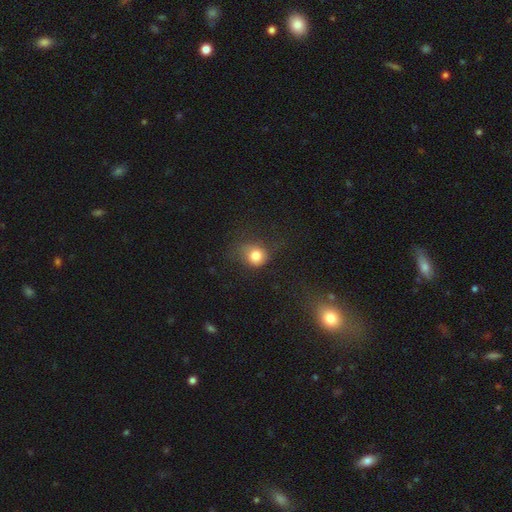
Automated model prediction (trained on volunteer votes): This is likely a smooth galaxy (78%). How rounded: likely round (75%). Merging: possibly none (55%).